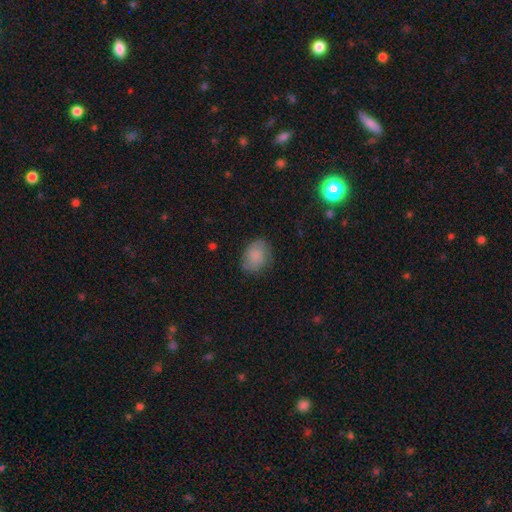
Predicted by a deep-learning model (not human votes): A smooth galaxy with no disk features (77%) that is in between round and cigar-shaped (64%).

Vote fractions:
- Smooth or featured? smooth: 77% / featured or disk: 15% / star or artifact: 9%
- How rounded? in between: 64% / round: 35% / cigar-shaped: 1%
- Merging? none: 76% / minor disturbance: 18% / major disturbance: 5% / merger: 1%